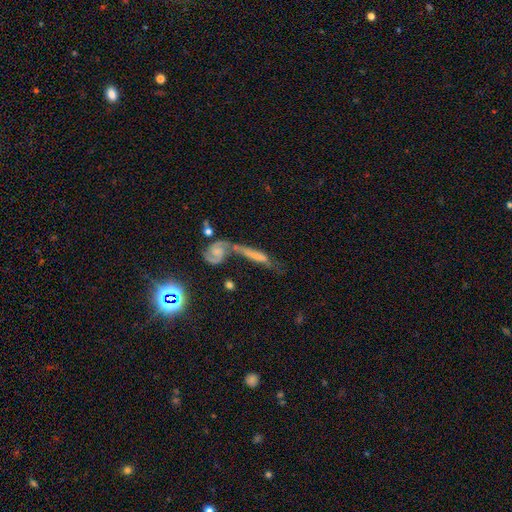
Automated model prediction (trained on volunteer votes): A featured or disk galaxy (56%). Merging: merger (54%).